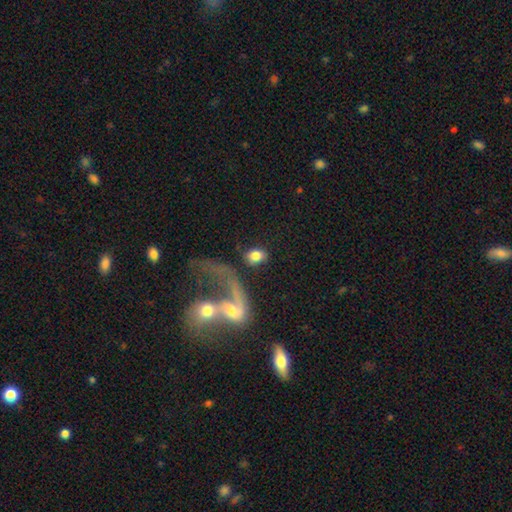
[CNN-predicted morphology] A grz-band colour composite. It shows a smooth galaxy with no disk features (75%) that is in between round and cigar-shaped (73%). Merging: none (58%).